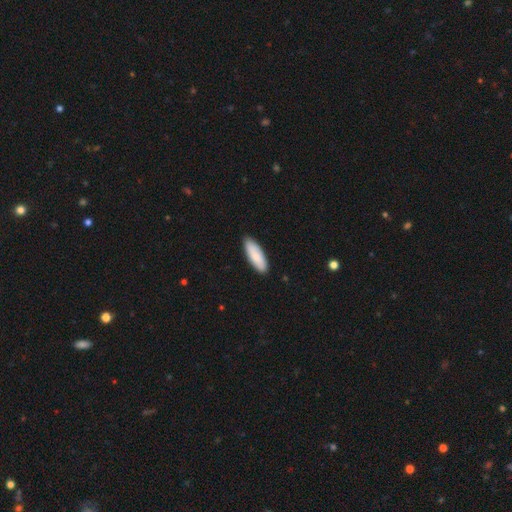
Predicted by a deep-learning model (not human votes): Overall: smooth (85%). How rounded: in between (63%; cigar-shaped 35%). Merging: none (88%).